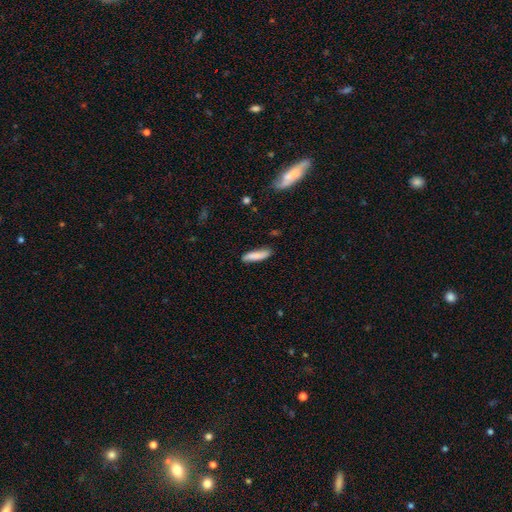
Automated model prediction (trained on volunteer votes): Q: Smooth or featured?
A: smooth (85%); runner-up: featured or disk (9%)
Q: How rounded?
A: cigar-shaped (74%); runner-up: in between (24%)
Q: Merging?
A: none (84%); runner-up: minor disturbance (12%)